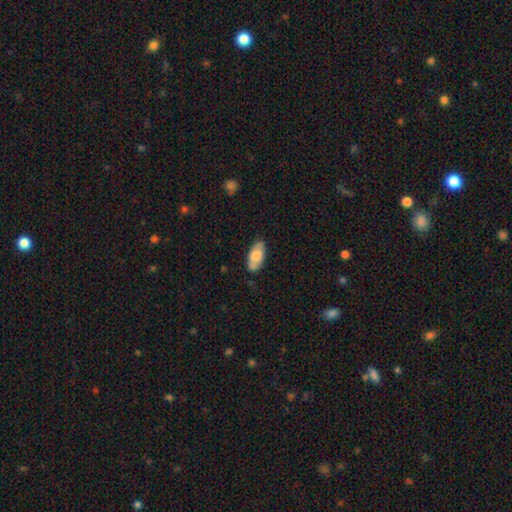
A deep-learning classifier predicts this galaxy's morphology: Smooth or featured? Predicted: smooth (p=0.71). How rounded? Predicted: in between (p=0.89). Merging? Predicted: none (p=0.77).